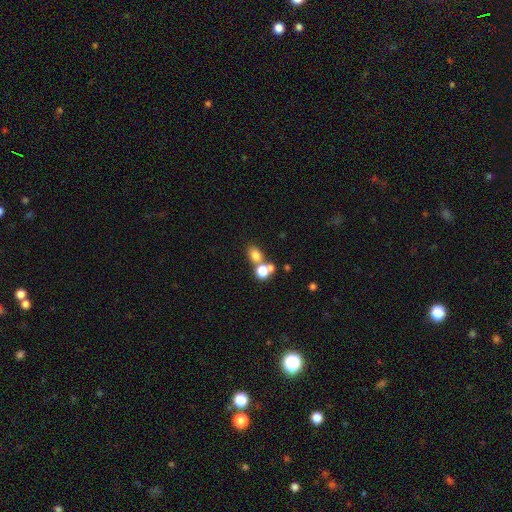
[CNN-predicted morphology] smooth-or-featured: smooth: 75% | star or artifact: 15% | featured or disk: 10%
  how-rounded: round: 50% | in between: 49% | cigar-shaped: 1%
  merging: none: 47% | merger: 40% | minor disturbance: 8% | major disturbance: 5%